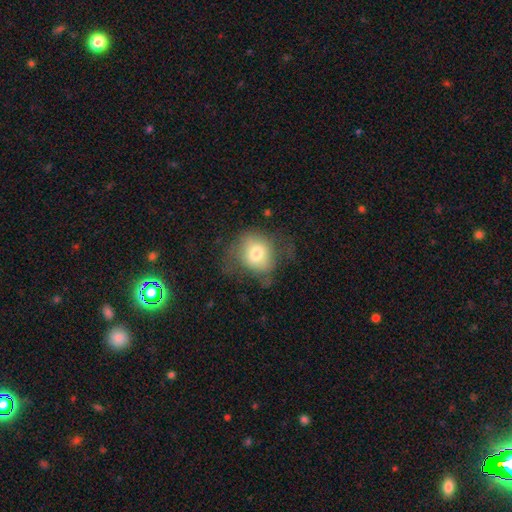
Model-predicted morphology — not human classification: Smooth or featured? Predicted: smooth (p=0.71). How rounded? Predicted: round (p=0.69). Merging? Predicted: none (p=0.46).